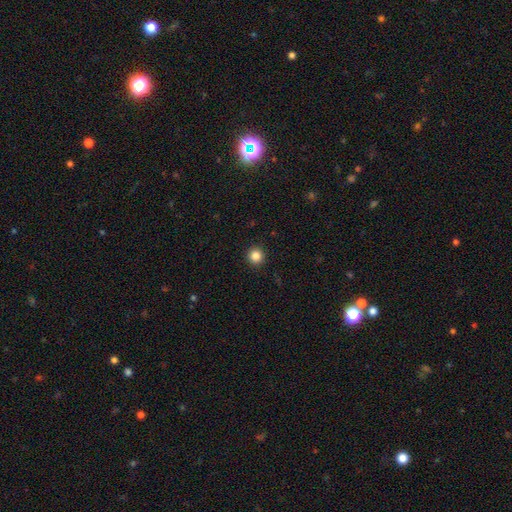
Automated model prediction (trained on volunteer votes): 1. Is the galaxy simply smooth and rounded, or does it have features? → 85% smooth, 11% star or artifact, 4% featured or disk.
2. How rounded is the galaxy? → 94% round, 5% in between, 1% cigar-shaped.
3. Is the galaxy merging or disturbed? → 93% none, 5% minor disturbance, 2% major disturbance, 1% merger.